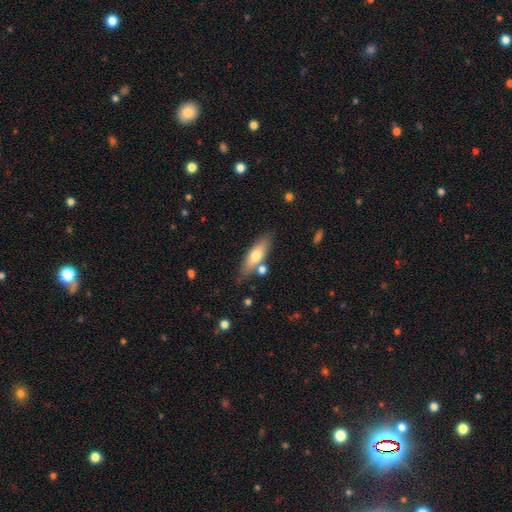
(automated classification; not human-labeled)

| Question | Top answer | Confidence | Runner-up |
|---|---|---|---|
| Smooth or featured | smooth | 62% | featured or disk (33%) |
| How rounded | cigar-shaped | 54% | in between (43%) |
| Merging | none | 73% | minor disturbance (14%) |